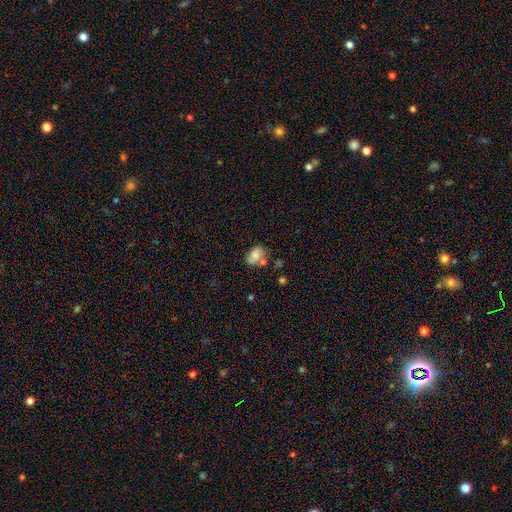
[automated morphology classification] The model was most divided on "merging": none: 42%, minor disturbance: 24%, merger: 23%, major disturbance: 11%. More confident: how rounded — in between (66%); smooth or featured — smooth (66%).